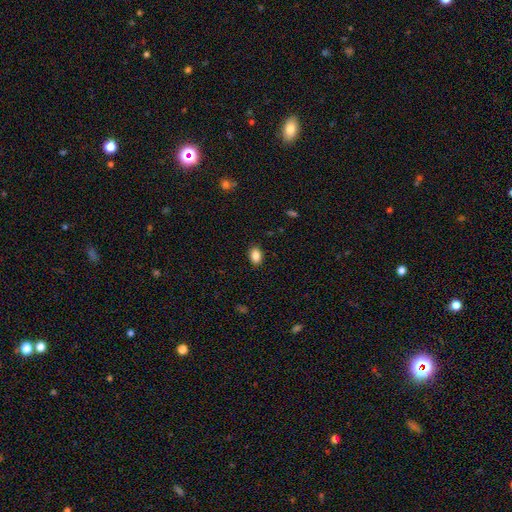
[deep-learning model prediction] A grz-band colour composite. It shows a smooth galaxy with no disk features (87%) that is in between round and cigar-shaped (75%). Merging: none (89%).